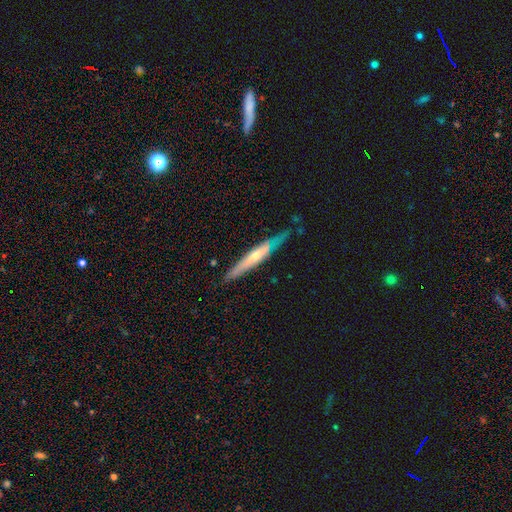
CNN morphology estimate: This appears to be a featured or disk galaxy (66%) viewed edge-on (93%) with a rounded central bulge (69%). Merging: none (78%).